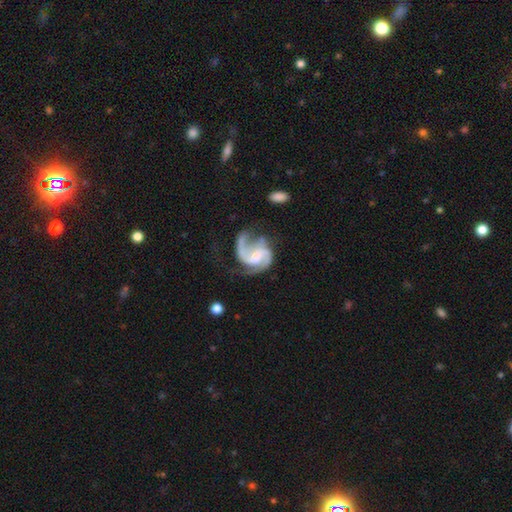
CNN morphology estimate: This is clearly a featured or disk galaxy (90%). It is clearly not viewed edge-on (98%). Bar: marginally weak (44%). Spiral arm pattern: clearly yes (98%). Spiral arm count: likely 2 (77%). Spiral winding: possibly medium (54%). Central bulge: marginally small (39%). Merging: possibly none (50%).